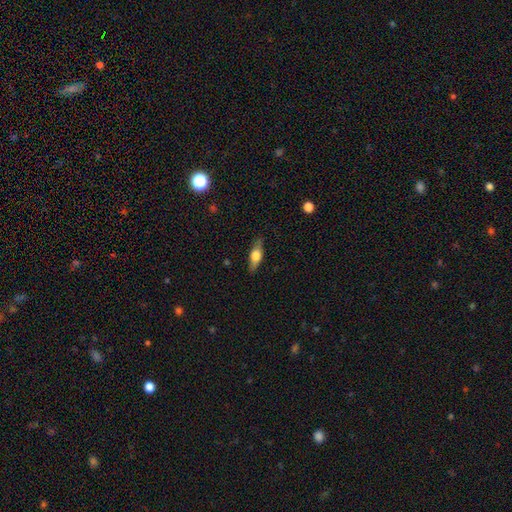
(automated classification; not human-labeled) Smooth or featured?
  - smooth: 55% *
  - featured or disk: 39%
  - star or artifact: 7%
How rounded?
  - in between: 60% *
  - cigar-shaped: 36%
  - round: 4%
Merging?
  - none: 85% *
  - minor disturbance: 12%
  - major disturbance: 3%
  - merger: 1%